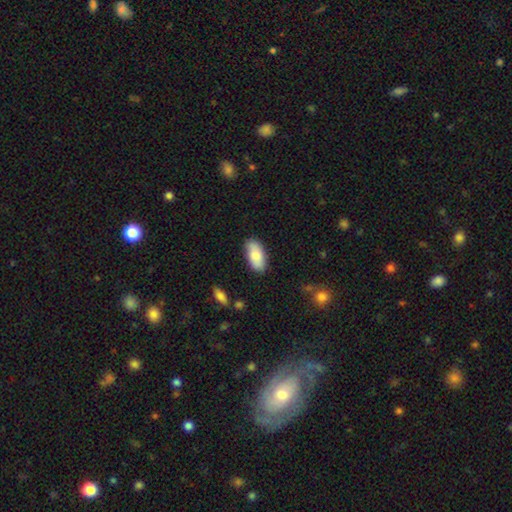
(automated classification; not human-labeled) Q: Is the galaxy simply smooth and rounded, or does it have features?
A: smooth — 82%.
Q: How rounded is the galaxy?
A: in between — 92%.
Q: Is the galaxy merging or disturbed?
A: none — 80%.